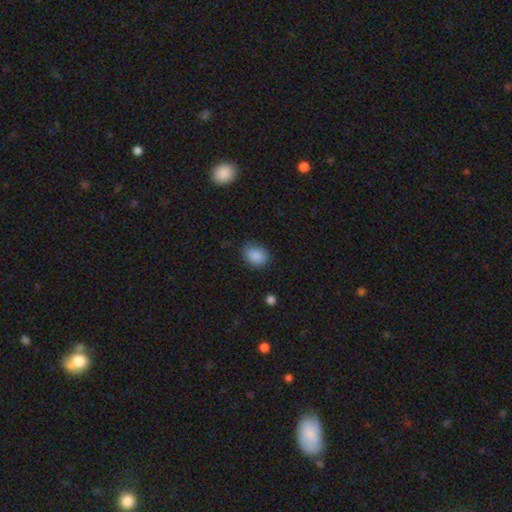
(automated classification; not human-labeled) Smooth or featured? smooth (88%)
How rounded? in between (64%)
Merging? none (79%)